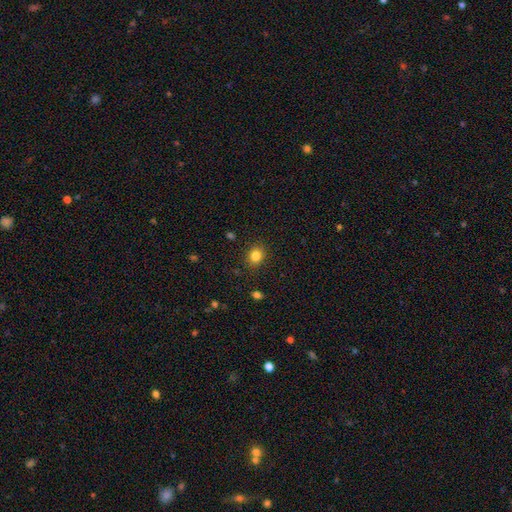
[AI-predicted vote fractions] smooth_or_featured: smooth (p=0.84) [alt: star or artifact p=0.11]
how_rounded: round (p=0.66) [alt: in between p=0.34]
merging: none (p=0.88) [alt: minor disturbance p=0.08]